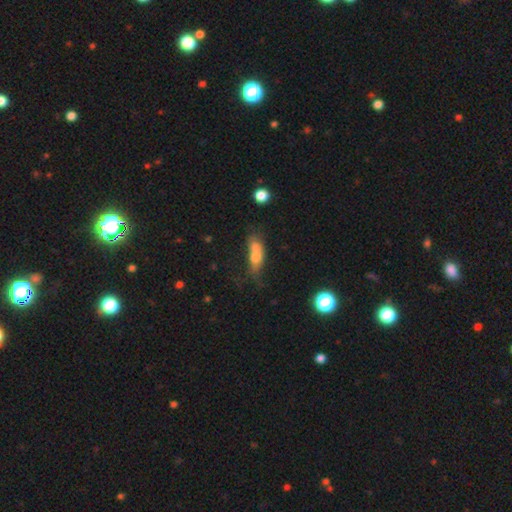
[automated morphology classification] A smooth galaxy with no disk features (61%) that is in between round and cigar-shaped (58%). Merging: merger (57%).